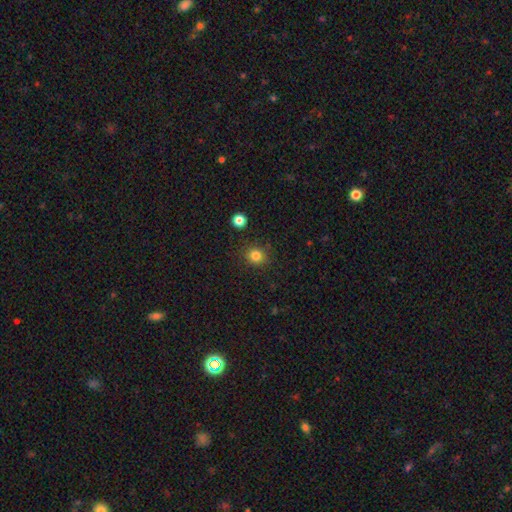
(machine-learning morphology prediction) Q: Smooth or featured?
A: smooth (83%); runner-up: star or artifact (13%)
Q: How rounded?
A: round (84%); runner-up: in between (15%)
Q: Merging?
A: none (86%); runner-up: minor disturbance (9%)